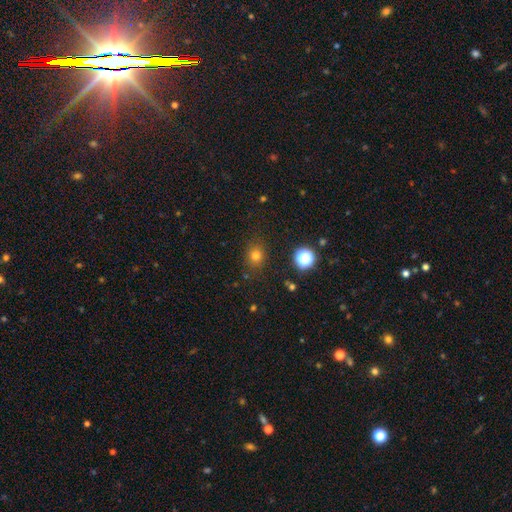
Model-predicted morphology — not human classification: Smooth or featured?
  - smooth: 74% *
  - star or artifact: 19%
  - featured or disk: 7%
How rounded?
  - round: 74% *
  - in between: 25%
  - cigar-shaped: 1%
Merging?
  - none: 84% *
  - minor disturbance: 10%
  - major disturbance: 3%
  - merger: 2%